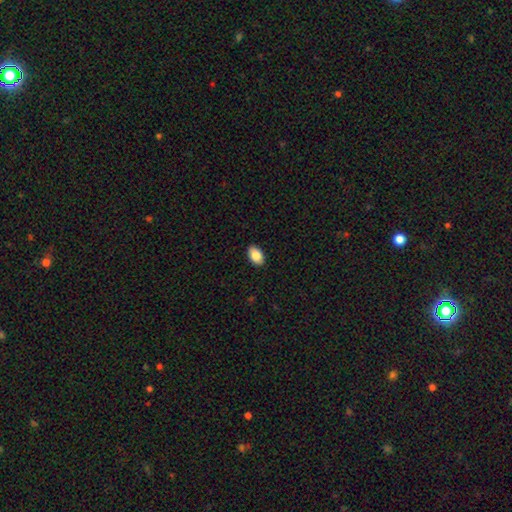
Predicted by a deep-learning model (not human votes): Smooth or featured?
  - smooth: 85% *
  - featured or disk: 7%
  - star or artifact: 7%
How rounded?
  - in between: 91% *
  - round: 8%
  - cigar-shaped: 1%
Merging?
  - none: 89% *
  - minor disturbance: 8%
  - major disturbance: 2%
  - merger: 1%